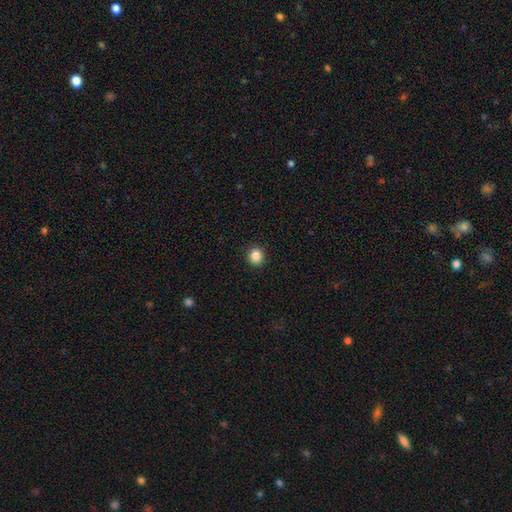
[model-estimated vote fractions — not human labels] A smooth galaxy with no disk features (86%) that is round (87%). Merging: none (92%).